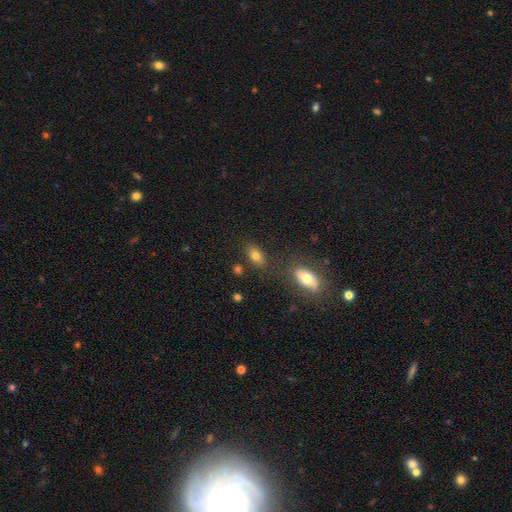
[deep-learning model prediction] Smooth or featured?
  - smooth: 78% *
  - featured or disk: 13%
  - star or artifact: 9%
How rounded?
  - in between: 86% *
  - round: 9%
  - cigar-shaped: 5%
Merging?
  - none: 76% *
  - minor disturbance: 12%
  - merger: 8%
  - major disturbance: 4%